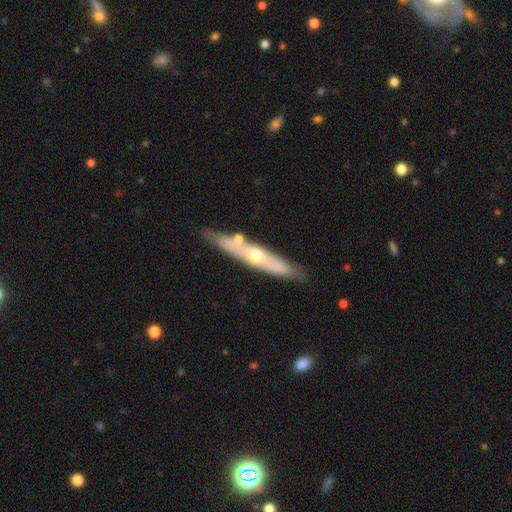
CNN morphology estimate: Q: Smooth or featured?
A: featured or disk (60%); runner-up: smooth (34%)
Q: Edge-on disk?
A: yes (72%); runner-up: no (28%)
Q: Merging?
A: none (76%); runner-up: minor disturbance (13%)